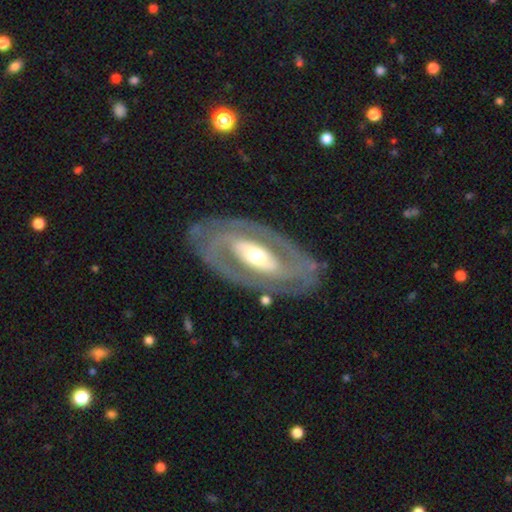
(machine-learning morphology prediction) type=featured or disk (81%); edge-on=no (91%); bar=strong (38%); spiral arms=yes (65%); bulge=moderate (61%); merging=none (79%).